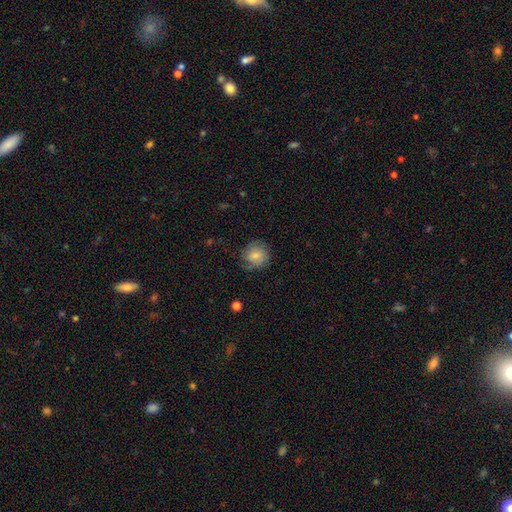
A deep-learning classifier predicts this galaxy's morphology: smooth-or-featured: smooth: 71% | featured or disk: 21% | star or artifact: 8%
  how-rounded: round: 87% | in between: 12% | cigar-shaped: 1%
  merging: none: 68% | minor disturbance: 23% | major disturbance: 8% | merger: 1%